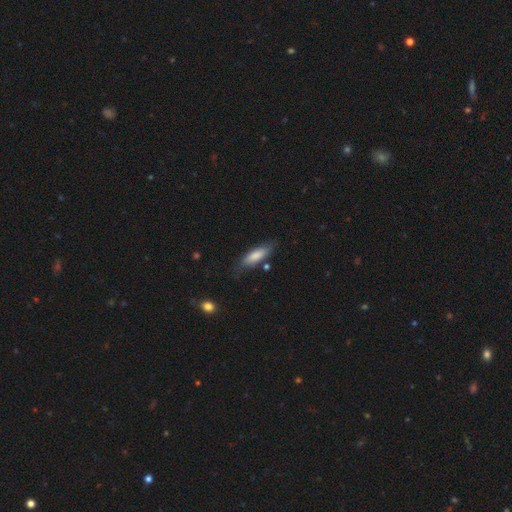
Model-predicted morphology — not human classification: Smooth or featured? smooth (81%)
How rounded? in between (50%)
Merging? none (74%)